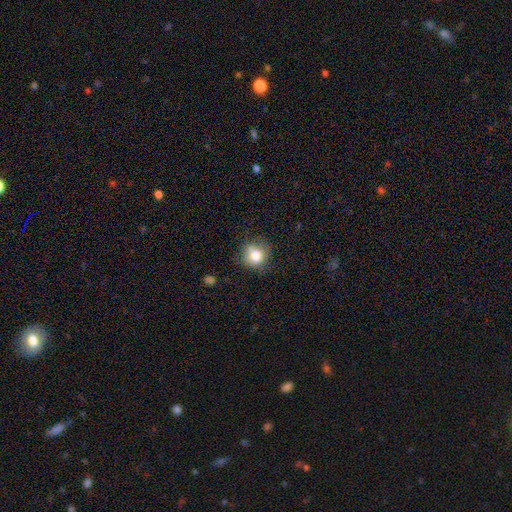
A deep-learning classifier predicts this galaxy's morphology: Overall: smooth (79%). How rounded: round (84%). Merging: none (72%).